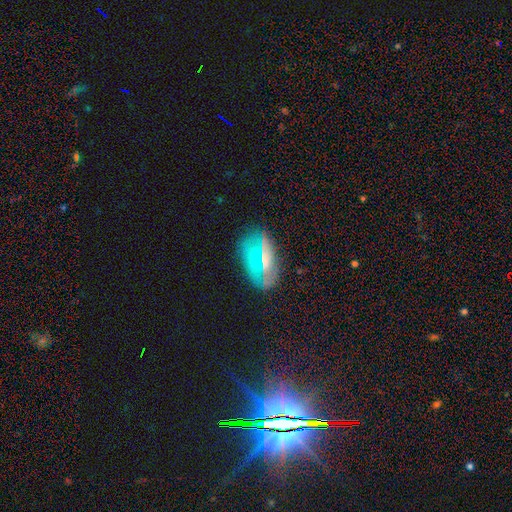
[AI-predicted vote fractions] smooth-or-featured: featured or disk: 46% | smooth: 30% | star or artifact: 24%
  merging: none: 64% | minor disturbance: 21% | major disturbance: 12% | merger: 3%